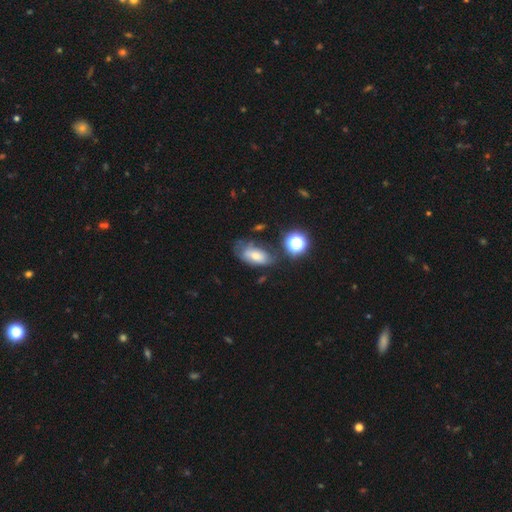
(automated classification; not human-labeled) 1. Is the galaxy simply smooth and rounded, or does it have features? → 59% smooth, 27% featured or disk, 13% star or artifact.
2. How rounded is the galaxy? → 88% in between, 7% round, 5% cigar-shaped.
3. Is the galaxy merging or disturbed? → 44% none, 30% minor disturbance, 18% major disturbance, 7% merger.